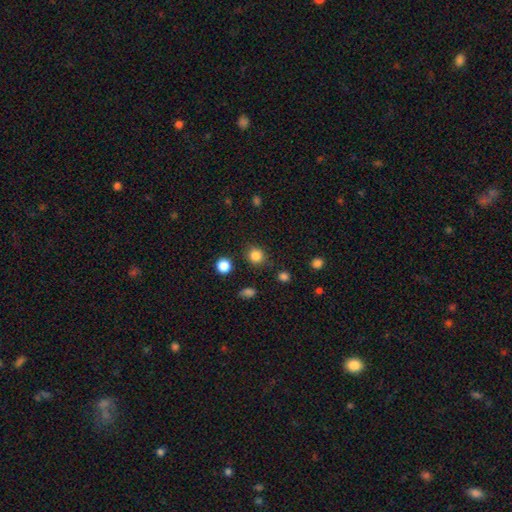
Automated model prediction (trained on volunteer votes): Morphology: type=smooth (84%); roundness=round (87%); merging=none (85%).